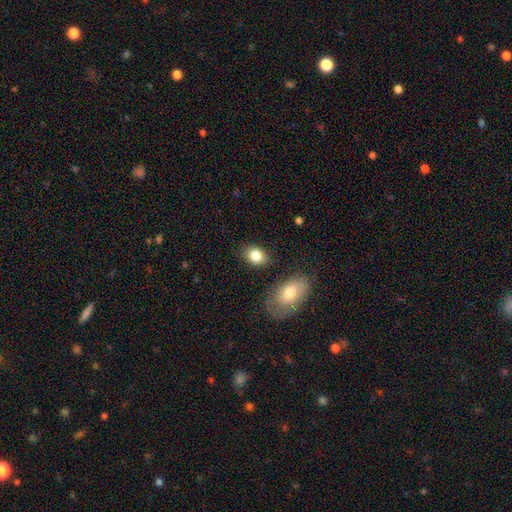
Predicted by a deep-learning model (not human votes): This appears to be a smooth galaxy with no disk features (82%) that is in between round and cigar-shaped (74%). Merging: none (82%).